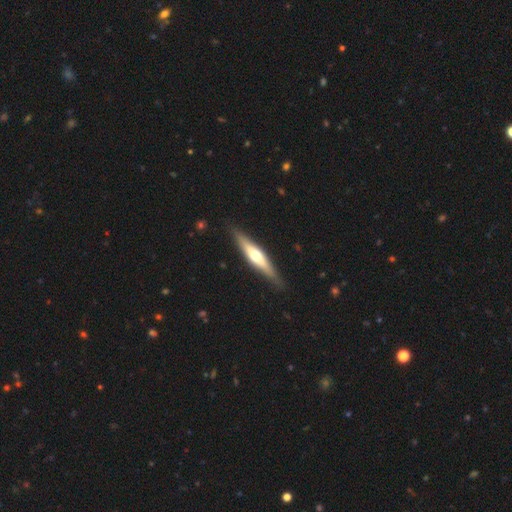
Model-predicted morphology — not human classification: Smooth or featured?
  - featured or disk: 62% *
  - smooth: 33%
  - star or artifact: 5%
Edge-on disk?
  - yes: 94% *
  - no: 6%
Edge-on bulge?
  - rounded: 89% *
  - boxy: 6%
  - none: 5%
Merging?
  - none: 88% *
  - minor disturbance: 9%
  - major disturbance: 2%
  - merger: 1%